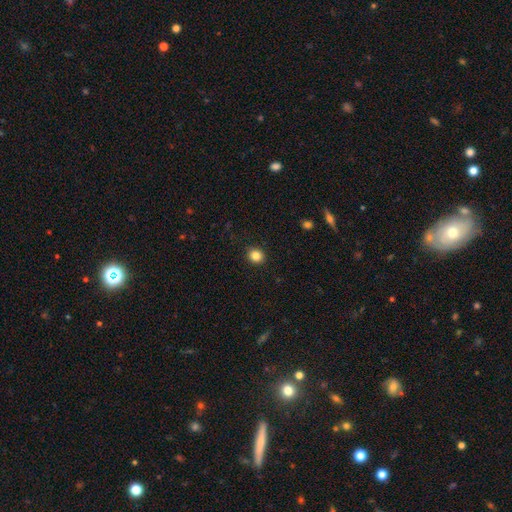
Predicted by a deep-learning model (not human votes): smooth-or-featured: smooth: 84% | star or artifact: 11% | featured or disk: 5%
  how-rounded: round: 77% | in between: 22% | cigar-shaped: 1%
  merging: none: 91% | minor disturbance: 6% | major disturbance: 2% | merger: 1%